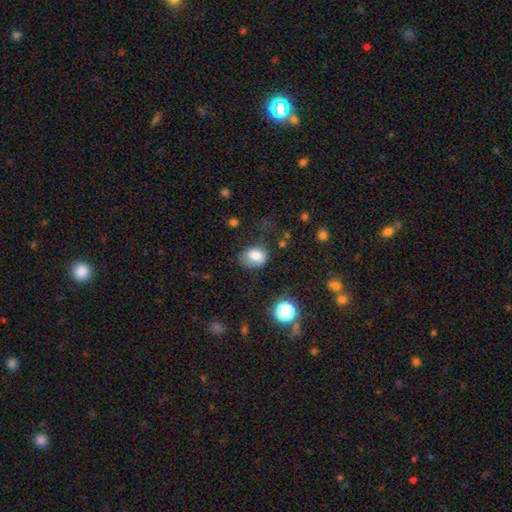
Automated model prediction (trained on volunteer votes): Overall: smooth (79%). How rounded: in between (63%; round 36%). Merging: none (45%; minor disturbance 32%).